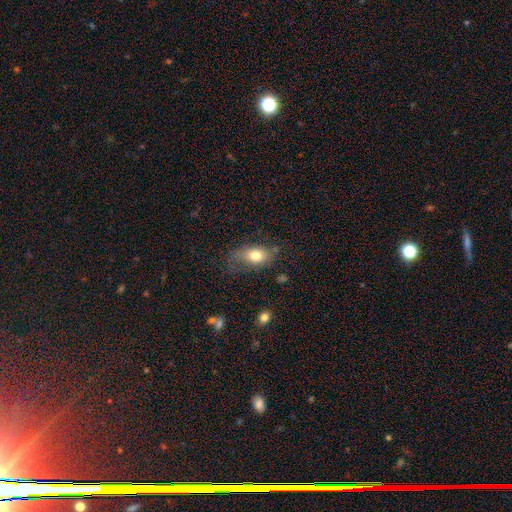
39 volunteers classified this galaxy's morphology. Smooth or featured? smooth (85%)
How rounded? in between (91%)
Merging? none (61%)